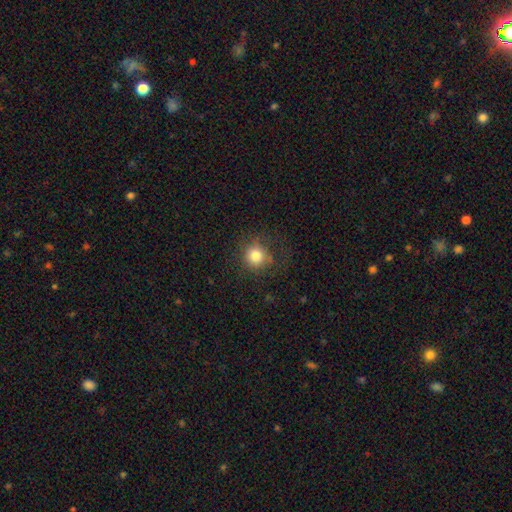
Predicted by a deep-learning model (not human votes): Overall: smooth (80%). How rounded: round (91%). Merging: none (75%).